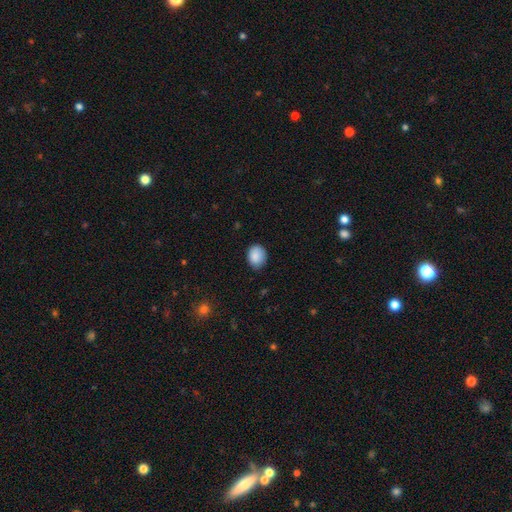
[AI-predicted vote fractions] Smooth or featured? Predicted: smooth (p=0.89). How rounded? Predicted: in between (p=0.55). Merging? Predicted: none (p=0.79).